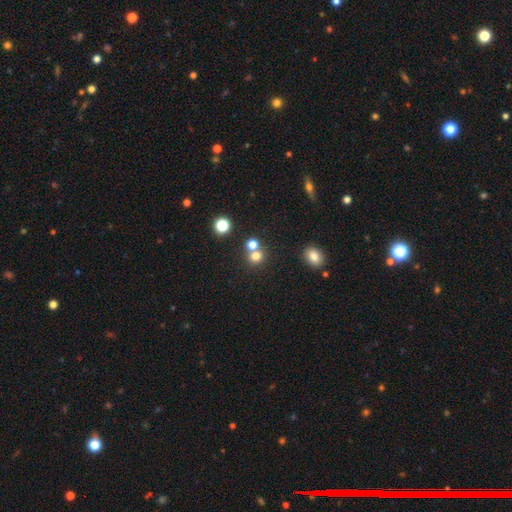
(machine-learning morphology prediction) This is likely a smooth galaxy (75%). How rounded: clearly round (81%). Merging: possibly none (56%).